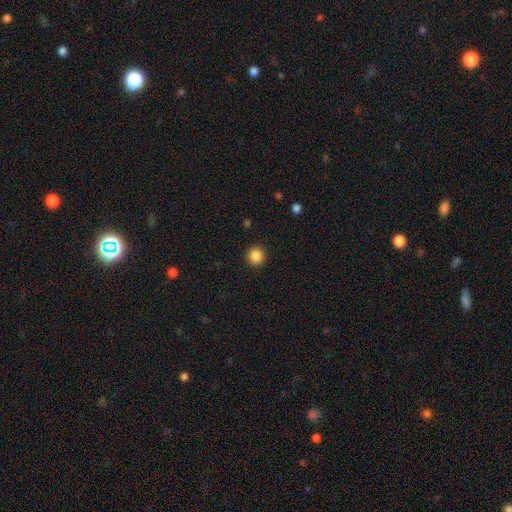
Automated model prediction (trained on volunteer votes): The model was most divided on "smooth or featured": smooth: 86%, star or artifact: 10%, featured or disk: 4%. More confident: how rounded — round (94%); merging — none (92%).